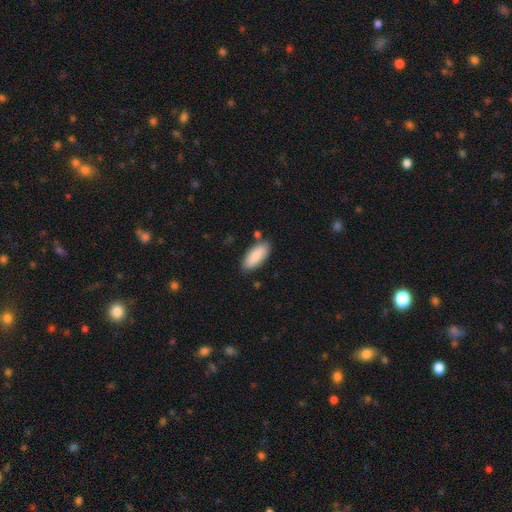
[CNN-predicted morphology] A smooth galaxy with no disk features (85%) that is in between round and cigar-shaped (86%).

Vote fractions:
- Smooth or featured? smooth: 85% / featured or disk: 9% / star or artifact: 6%
- How rounded? in between: 86% / cigar-shaped: 13% / round: 2%
- Merging? none: 82% / minor disturbance: 12% / merger: 4% / major disturbance: 2%